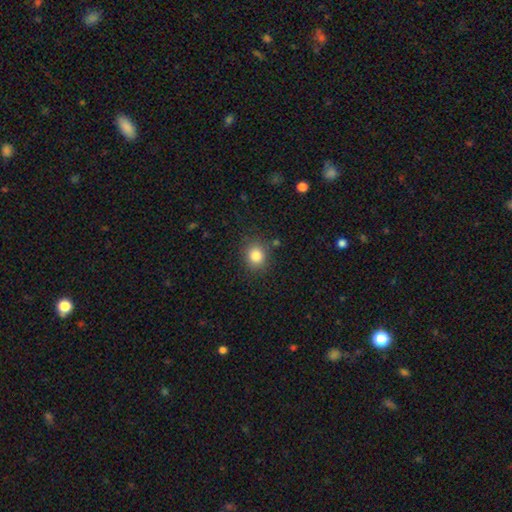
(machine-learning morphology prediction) Overall: smooth (83%). How rounded: round (78%). Merging: none (85%).